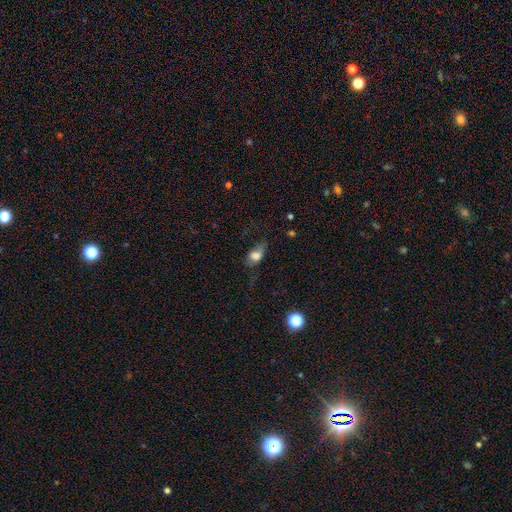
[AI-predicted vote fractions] Smooth or featured?
  - smooth: 68% *
  - featured or disk: 21%
  - star or artifact: 11%
How rounded?
  - in between: 76% *
  - round: 18%
  - cigar-shaped: 6%
Merging?
  - none: 43% *
  - minor disturbance: 31%
  - major disturbance: 23%
  - merger: 2%